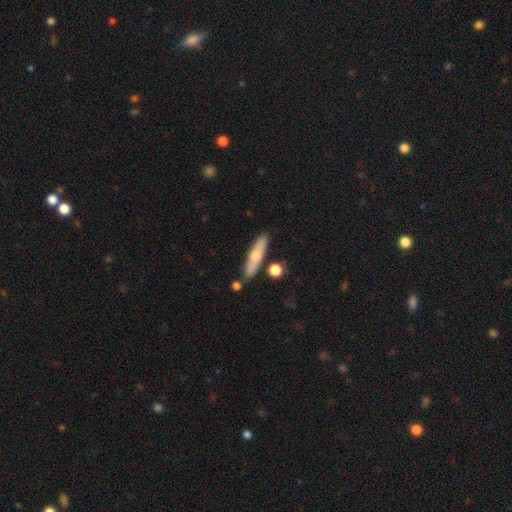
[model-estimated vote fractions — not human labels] This is possibly a smooth galaxy (55%). How rounded: likely cigar-shaped (74%). Merging: clearly none (81%).